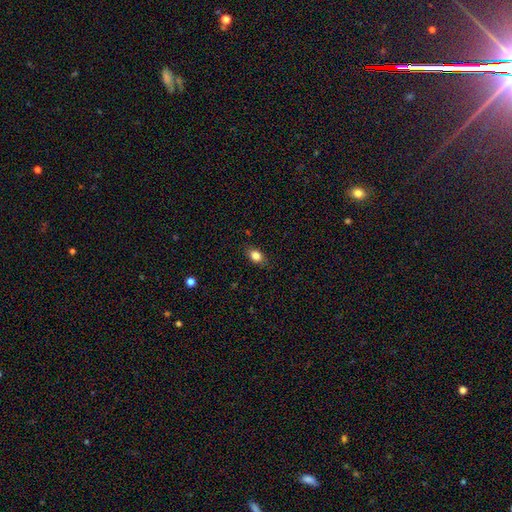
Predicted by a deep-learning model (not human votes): Morphology: type=smooth (84%); roundness=in between (72%); merging=none (83%).